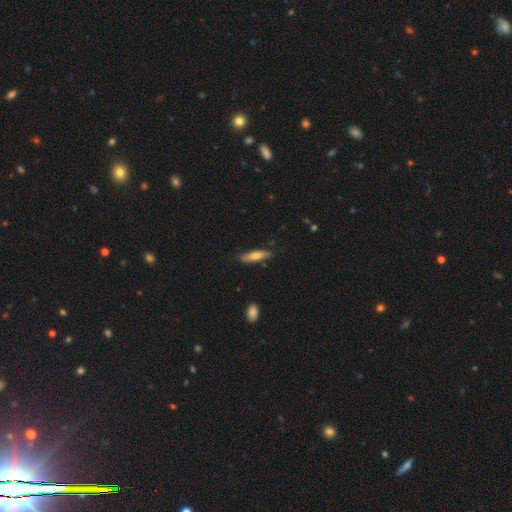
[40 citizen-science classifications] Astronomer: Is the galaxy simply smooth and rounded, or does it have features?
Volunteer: smooth — 60%.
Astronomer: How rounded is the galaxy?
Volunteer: cigar-shaped — 67%.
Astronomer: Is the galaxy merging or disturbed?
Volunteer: none — 76%.